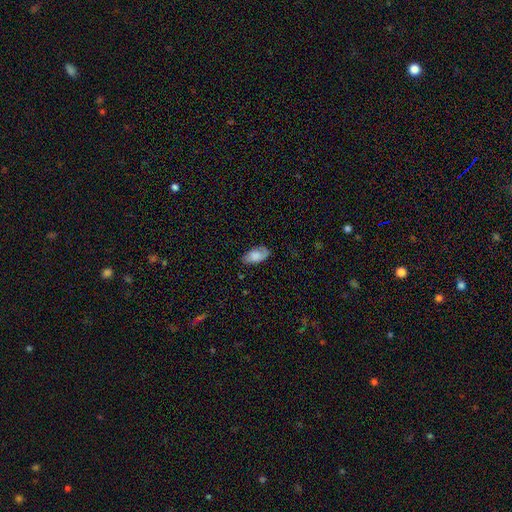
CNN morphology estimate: This appears to be a smooth galaxy with no disk features (71%) that is in between round and cigar-shaped (93%). Merging: none (69%).